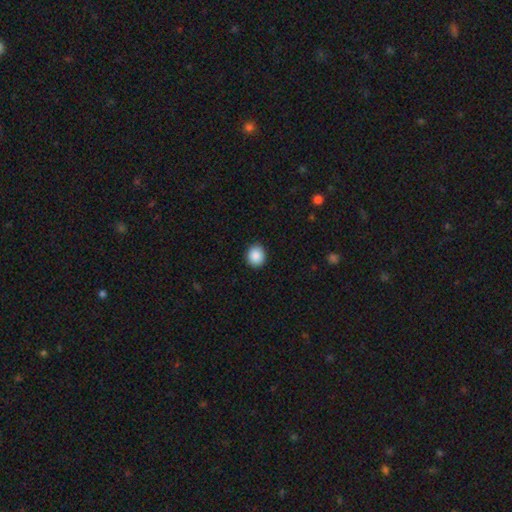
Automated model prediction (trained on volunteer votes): Morphology: type=smooth (89%); roundness=round (76%); merging=none (91%).